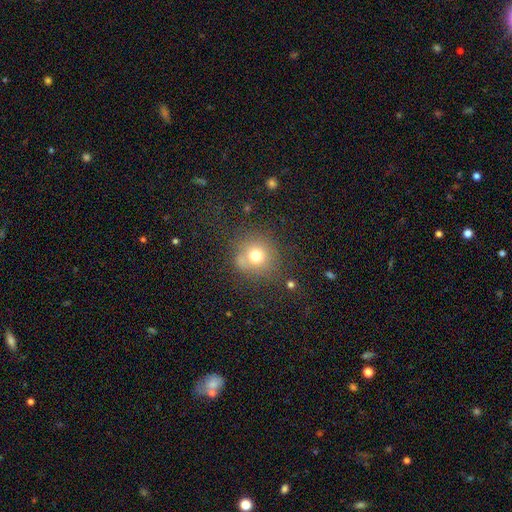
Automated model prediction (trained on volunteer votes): This appears to be a smooth galaxy with no disk features (72%) that is round (86%). Merging: none (71%).